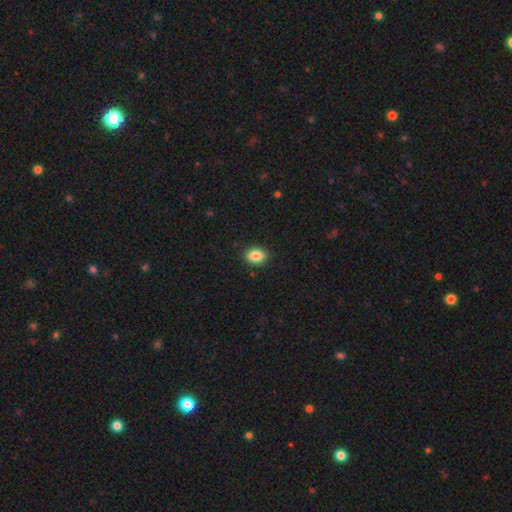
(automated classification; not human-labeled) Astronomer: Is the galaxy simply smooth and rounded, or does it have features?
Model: smooth — 87%.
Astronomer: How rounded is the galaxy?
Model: in between — 74%.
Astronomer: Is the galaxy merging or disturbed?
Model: none — 89%.